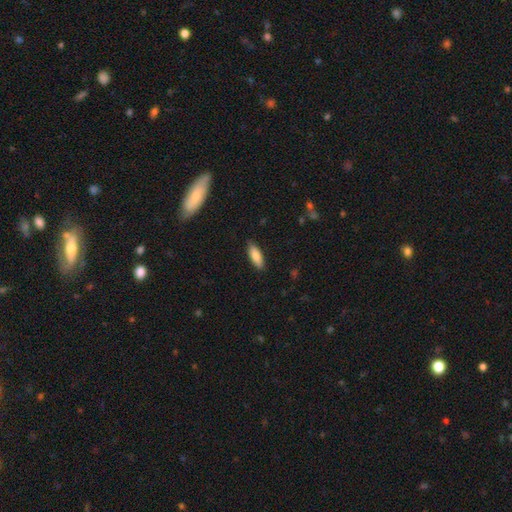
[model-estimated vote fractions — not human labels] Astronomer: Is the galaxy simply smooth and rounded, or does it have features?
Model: smooth — 84%.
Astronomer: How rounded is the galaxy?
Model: in between — 63%.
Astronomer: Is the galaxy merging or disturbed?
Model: none — 86%.